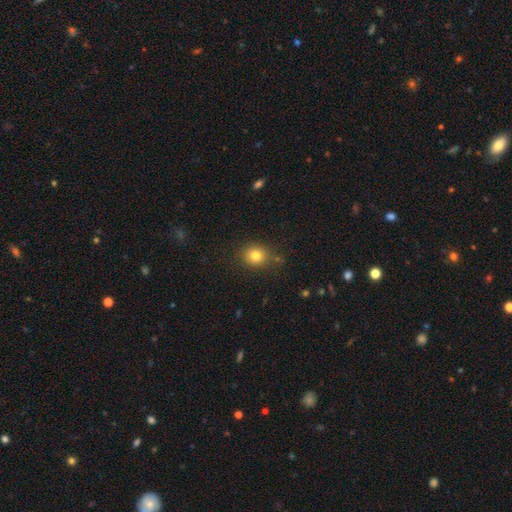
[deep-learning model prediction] Smooth or featured: smooth — 80% (star or artifact — 13%)
How rounded: round — 75% (in between — 24%)
Merging: none — 80% (minor disturbance — 14%)